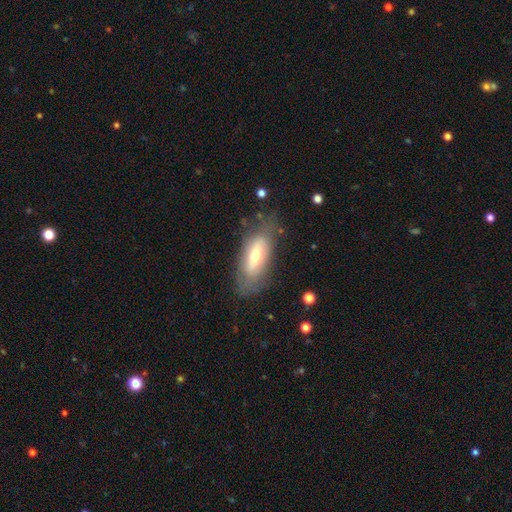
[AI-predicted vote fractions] This is possibly a smooth galaxy (52%). How rounded: likely in between (77%). Merging: likely none (73%).